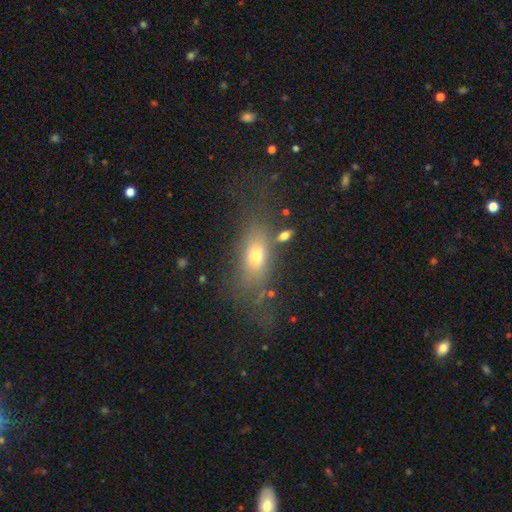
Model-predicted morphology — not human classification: Smooth or featured: smooth — 64% (featured or disk — 22%)
How rounded: in between — 71% (round — 15%)
Merging: none — 60% (minor disturbance — 17%)